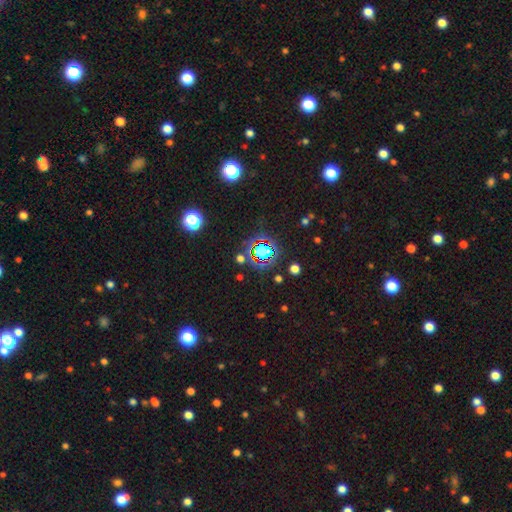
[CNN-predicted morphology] star or artifact 74%, smooth 16%, featured or disk 9%.